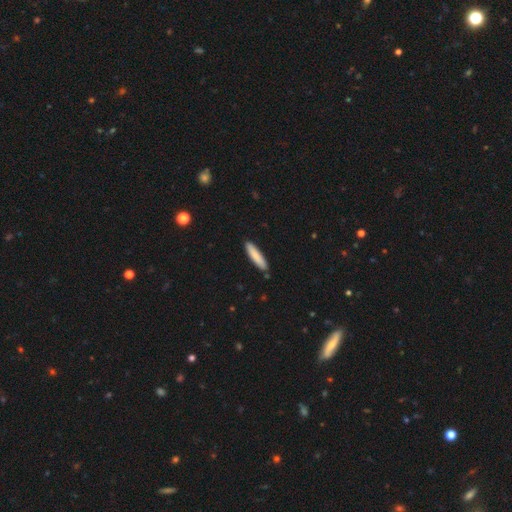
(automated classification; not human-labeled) smooth 84%, featured or disk 11%, star or artifact 6%. Down the decision tree: how rounded — cigar-shaped (83%); merging — none (88%).